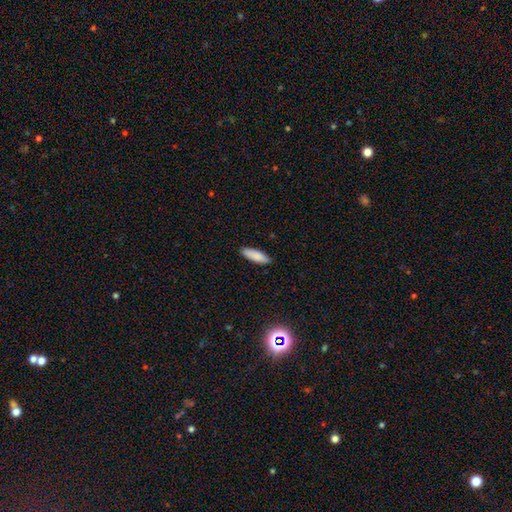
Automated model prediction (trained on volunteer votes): Smooth or featured? Predicted: smooth (p=0.87). How rounded? Predicted: cigar-shaped (p=0.50). Merging? Predicted: none (p=0.88).